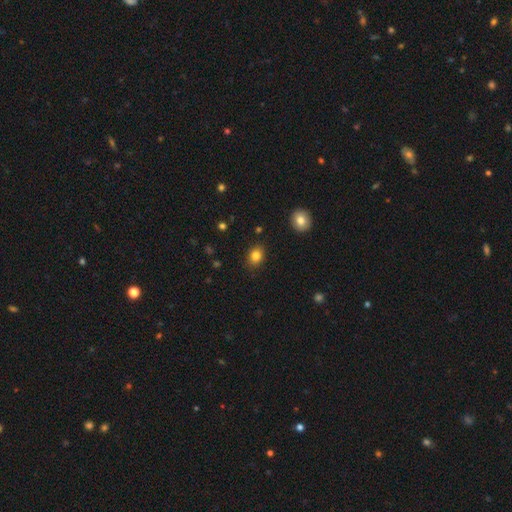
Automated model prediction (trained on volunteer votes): Smooth or featured? smooth (82%)
How rounded? in between (53%)
Merging? none (87%)